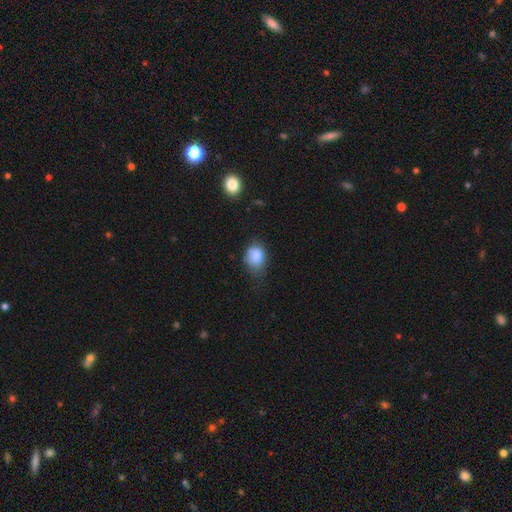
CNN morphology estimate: The model was most divided on "merging": none: 47%, minor disturbance: 38%, major disturbance: 12%, merger: 3%. More confident: smooth or featured — smooth (84%); how rounded — in between (64%).